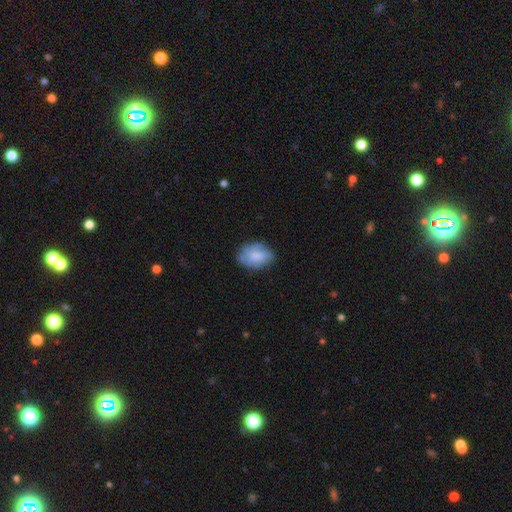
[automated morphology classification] smooth_or_featured: smooth (p=0.70) [alt: featured or disk p=0.23]
how_rounded: in between (p=0.80) [alt: round p=0.19]
merging: none (p=0.64) [alt: minor disturbance p=0.26]